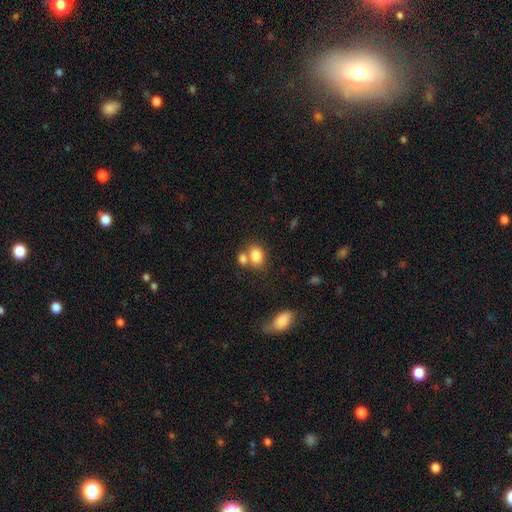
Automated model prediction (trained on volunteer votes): A smooth galaxy with no disk features (82%) that is in between round and cigar-shaped (72%). Merging: none (45%).